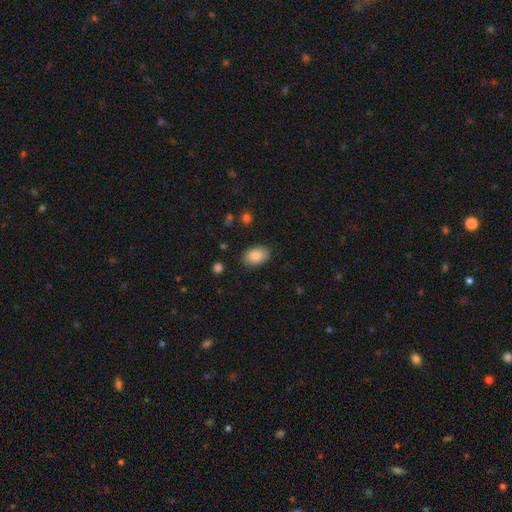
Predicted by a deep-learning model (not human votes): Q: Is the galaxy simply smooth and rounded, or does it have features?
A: smooth — 85%.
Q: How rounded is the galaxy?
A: in between — 88%.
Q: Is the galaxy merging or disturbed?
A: none — 86%.